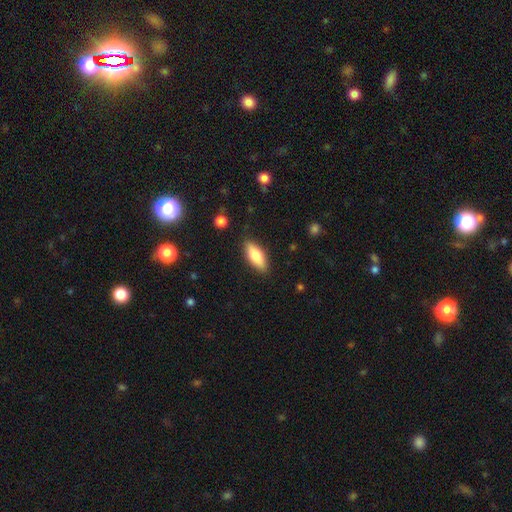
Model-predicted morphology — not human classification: type=smooth (72%); roundness=in between (67%); merging=none (87%).